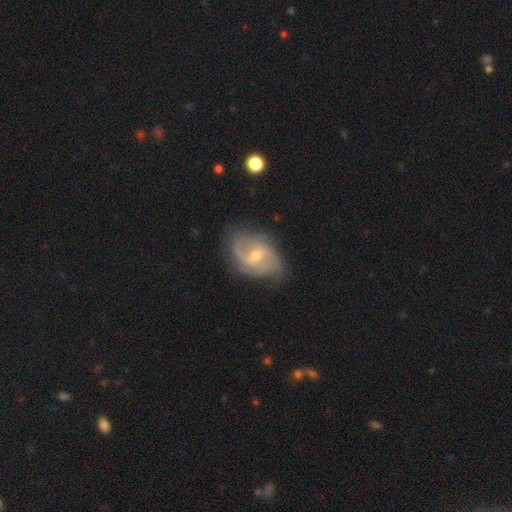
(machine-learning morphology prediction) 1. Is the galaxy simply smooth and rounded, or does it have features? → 84% featured or disk, 11% smooth, 6% star or artifact.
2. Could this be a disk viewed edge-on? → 97% no, 3% yes.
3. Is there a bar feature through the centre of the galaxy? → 55% weak, 31% no, 14% strong.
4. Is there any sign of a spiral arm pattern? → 94% yes, 6% no.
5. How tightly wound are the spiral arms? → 46% medium, 27% tight, 27% loose.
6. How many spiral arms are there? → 63% 2, 15% can't tell, 12% 3, 4% 1, 3% 4, 2% more than 4.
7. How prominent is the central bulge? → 50% moderate, 47% small, 1% large, 1% none, 1% dominant.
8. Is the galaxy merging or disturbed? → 68% none, 23% minor disturbance, 8% major disturbance, 1% merger.